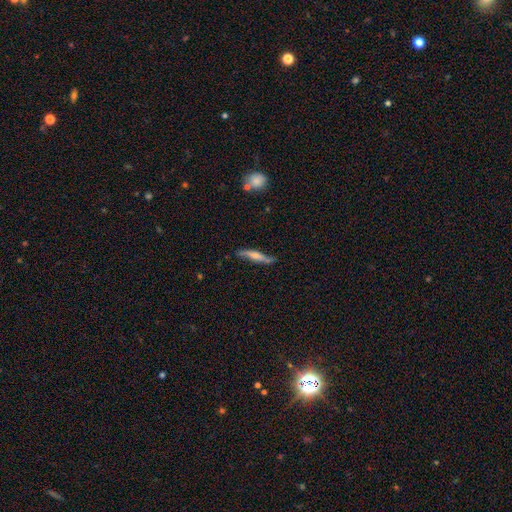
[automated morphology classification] Overall: featured or disk (52%; smooth 42%). Edge-on disk: yes (71%). Merging: none (69%).